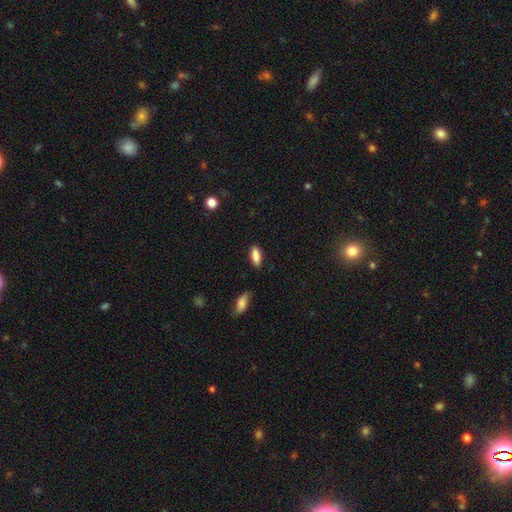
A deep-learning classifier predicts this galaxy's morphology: Smooth or featured: smooth — 88% (star or artifact — 7%)
How rounded: in between — 72% (cigar-shaped — 26%)
Merging: none — 86% (minor disturbance — 10%)